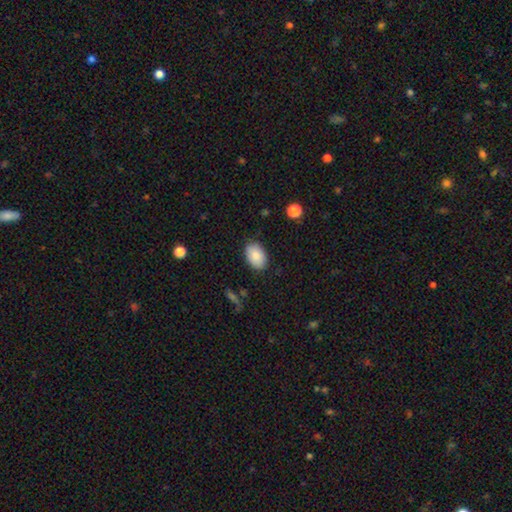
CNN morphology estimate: Smooth or featured: smooth — 85% (featured or disk — 8%)
How rounded: in between — 88% (round — 11%)
Merging: none — 86% (minor disturbance — 11%)